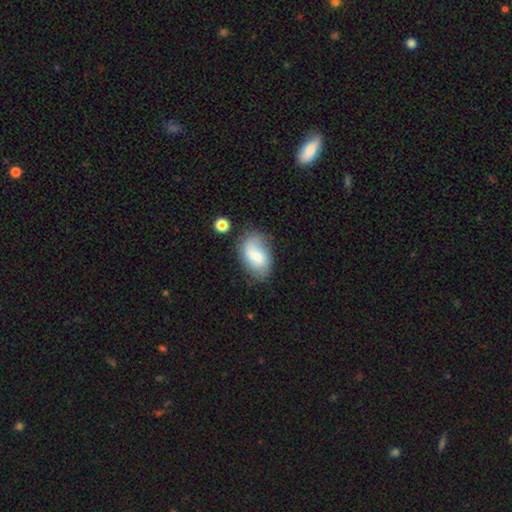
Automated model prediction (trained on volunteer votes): Q: Smooth or featured?
A: smooth (65%); runner-up: featured or disk (27%)
Q: How rounded?
A: in between (90%); runner-up: round (8%)
Q: Merging?
A: none (57%); runner-up: minor disturbance (27%)